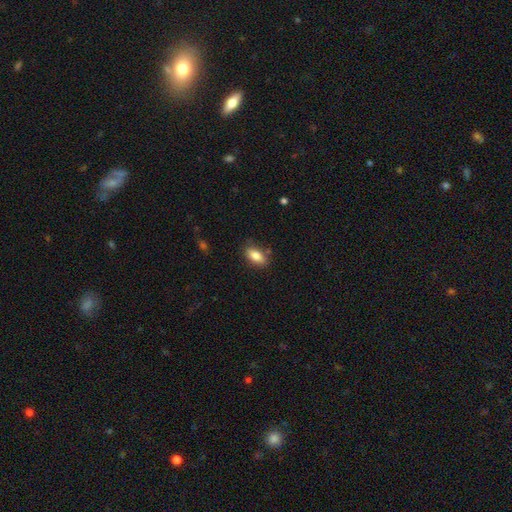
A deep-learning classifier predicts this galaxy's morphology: smooth 84%, featured or disk 9%, star or artifact 7%. Down the decision tree: how rounded — in between (89%); merging — none (81%).